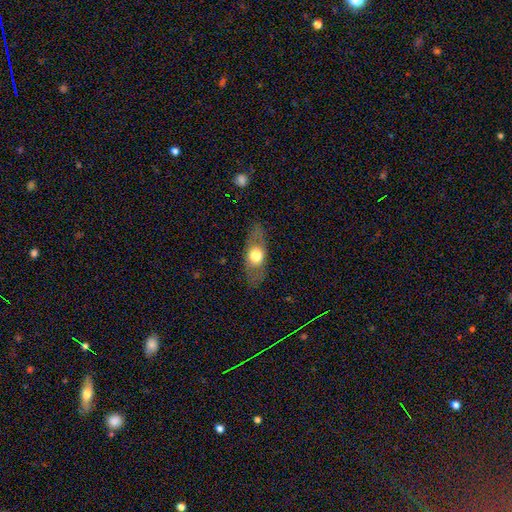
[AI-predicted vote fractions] A smooth galaxy with no disk features (55%) that is in between round and cigar-shaped (67%).

Vote fractions:
- Smooth or featured? smooth: 55% / featured or disk: 38% / star or artifact: 7%
- How rounded? in between: 67% / cigar-shaped: 18% / round: 15%
- Merging? none: 81% / minor disturbance: 13% / major disturbance: 5% / merger: 1%